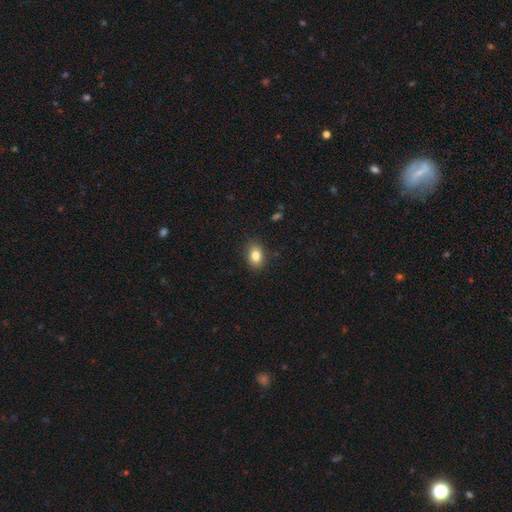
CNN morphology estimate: A smooth galaxy with no disk features (83%) that is in between round and cigar-shaped (73%).

Vote fractions:
- Smooth or featured? smooth: 83% / star or artifact: 10% / featured or disk: 7%
- How rounded? in between: 73% / round: 26% / cigar-shaped: 1%
- Merging? none: 86% / minor disturbance: 11% / major disturbance: 2% / merger: 1%